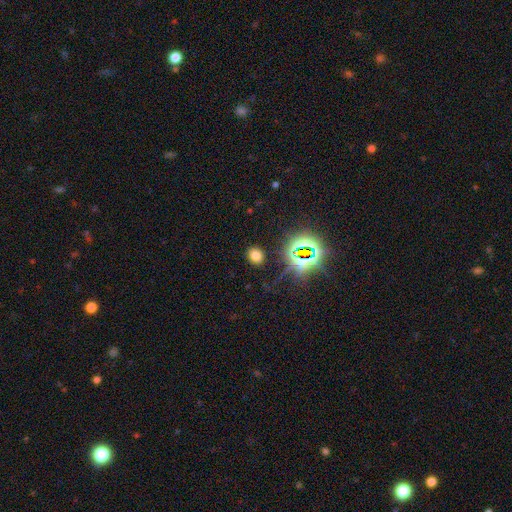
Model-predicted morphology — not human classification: type=smooth (66%); roundness=round (59%); merging=none (86%).